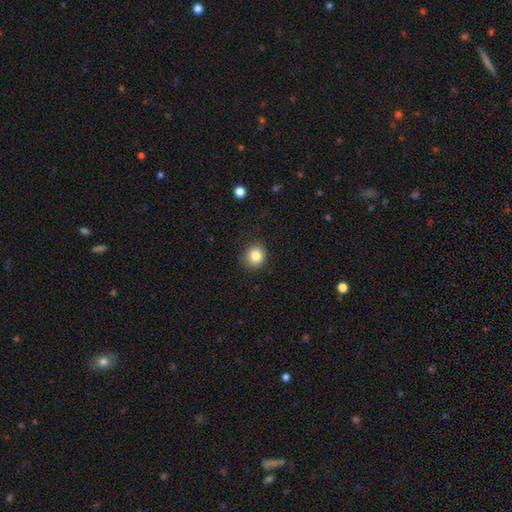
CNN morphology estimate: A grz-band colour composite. It shows a smooth galaxy with no disk features (85%) that is round (84%). Merging: none (88%).